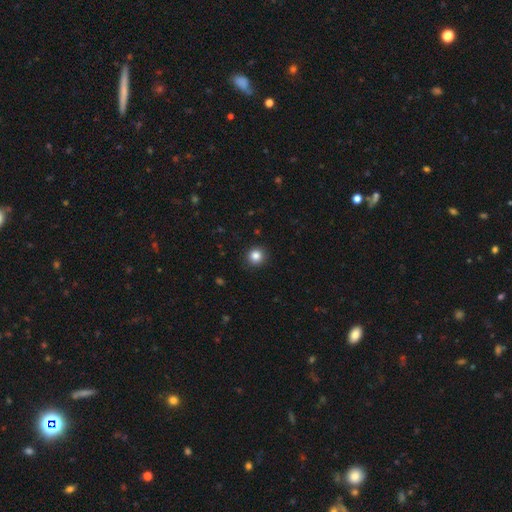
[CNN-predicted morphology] Q: Smooth or featured?
A: smooth (85%); runner-up: star or artifact (11%)
Q: How rounded?
A: round (93%); runner-up: in between (6%)
Q: Merging?
A: none (92%); runner-up: minor disturbance (6%)